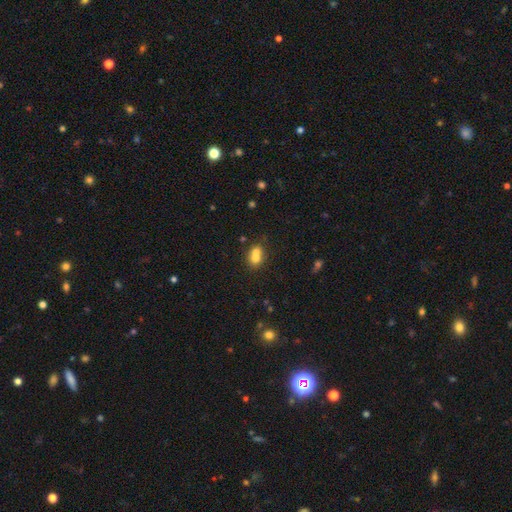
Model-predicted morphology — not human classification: A smooth galaxy with no disk features (70%) that is round (52%). Merging: merger (59%).